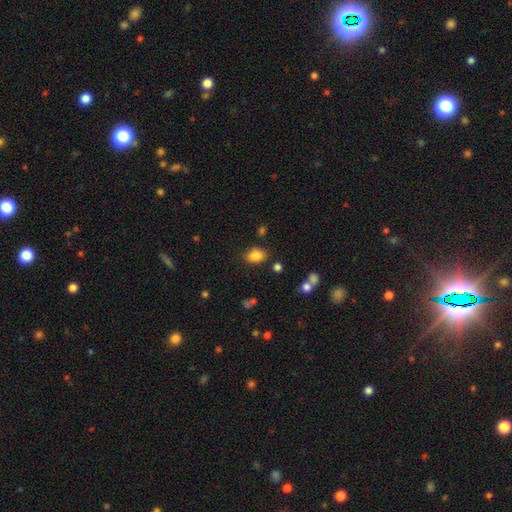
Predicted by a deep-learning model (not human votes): Smooth or featured: smooth — 84% (star or artifact — 10%)
How rounded: in between — 78% (round — 21%)
Merging: none — 78% (minor disturbance — 14%)